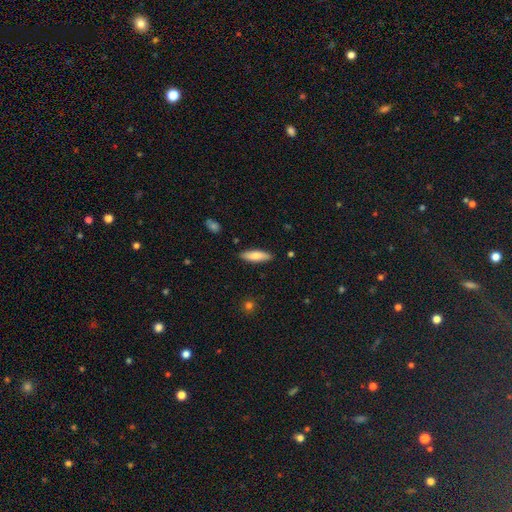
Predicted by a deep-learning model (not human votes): Morphology: type=smooth (78%); roundness=cigar-shaped (57%); merging=none (88%).